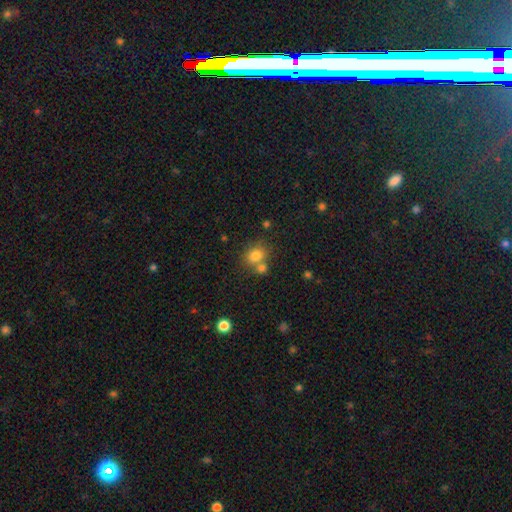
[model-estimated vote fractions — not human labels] A smooth galaxy with no disk features (79%) that is round (58%). Merging: none (54%).